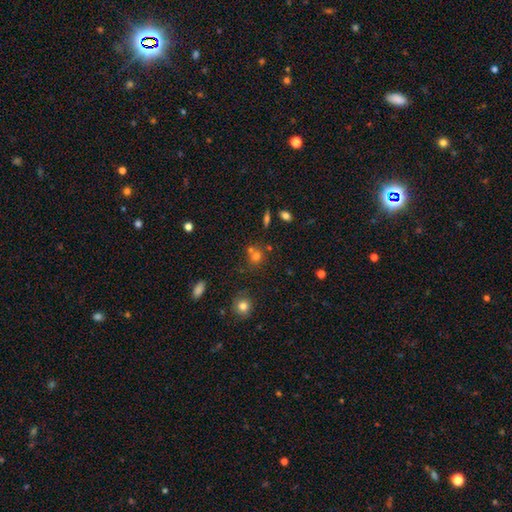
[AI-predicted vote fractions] This is likely a smooth galaxy (68%). How rounded: clearly round (83%). Merging: possibly none (55%).